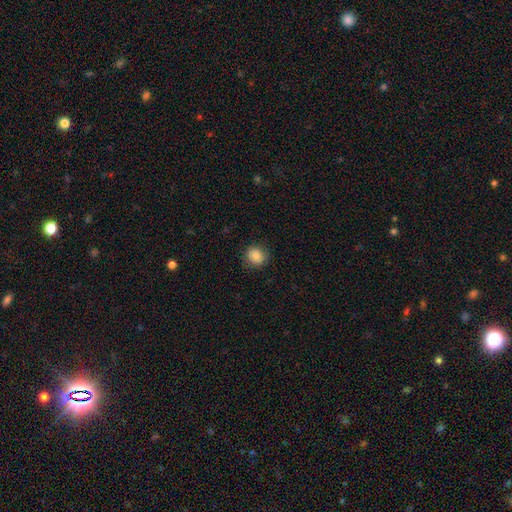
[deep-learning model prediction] smooth-or-featured: smooth: 82% | star or artifact: 9% | featured or disk: 9%
  how-rounded: round: 83% | in between: 16% | cigar-shaped: 1%
  merging: none: 85% | minor disturbance: 11% | major disturbance: 3% | merger: 1%